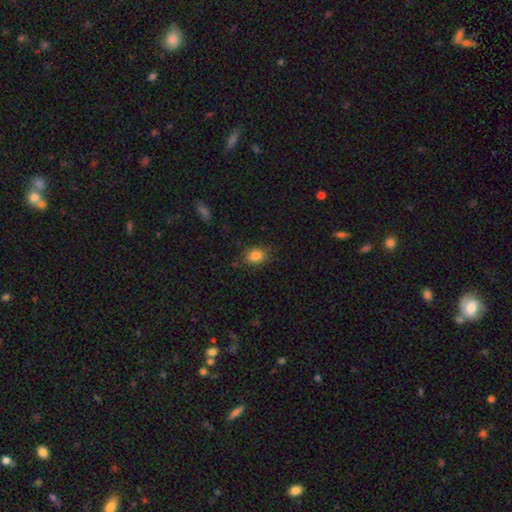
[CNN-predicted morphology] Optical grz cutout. It shows a smooth galaxy with no disk features (84%) that is in between round and cigar-shaped (51%). Merging: none (80%).